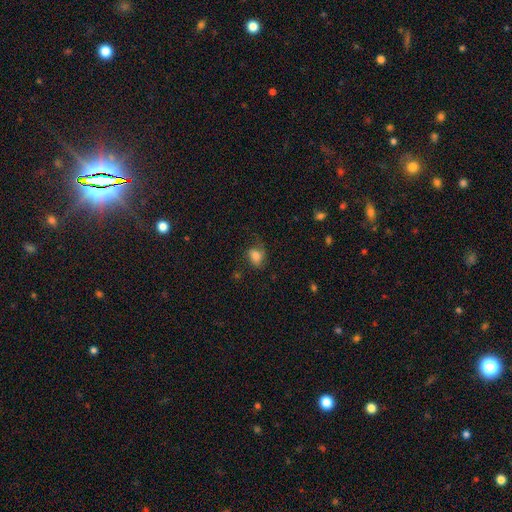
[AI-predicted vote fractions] smooth_or_featured: smooth (p=0.77) [alt: featured or disk p=0.12]
how_rounded: in between (p=0.62) [alt: round p=0.37]
merging: none (p=0.56) [alt: minor disturbance p=0.25]